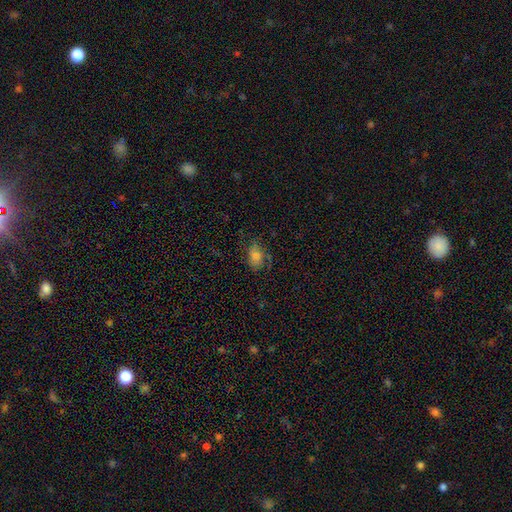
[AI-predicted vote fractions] smooth 46%, featured or disk 38%, star or artifact 16%. Down the decision tree: merging — none (68%).